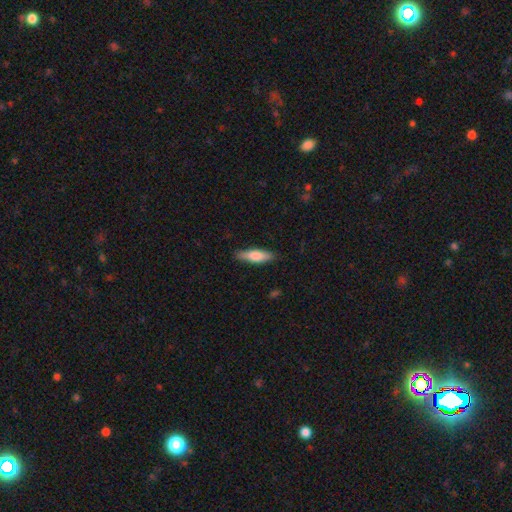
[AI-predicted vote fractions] Q: Smooth or featured?
A: smooth (74%); runner-up: featured or disk (20%)
Q: How rounded?
A: cigar-shaped (57%); runner-up: in between (41%)
Q: Merging?
A: none (85%); runner-up: minor disturbance (12%)